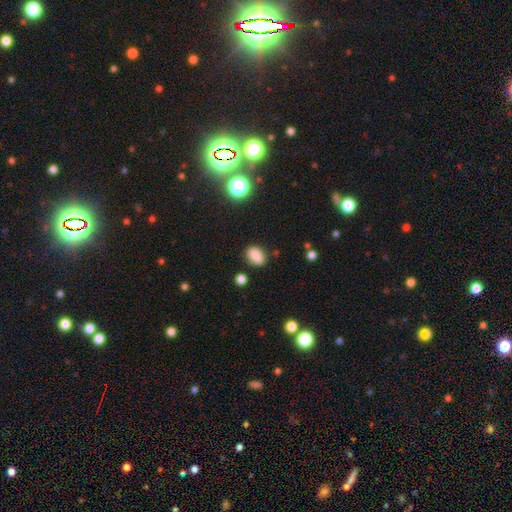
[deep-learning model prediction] smooth 82%, star or artifact 11%, featured or disk 6%. Down the decision tree: how rounded — in between (77%); merging — none (83%).